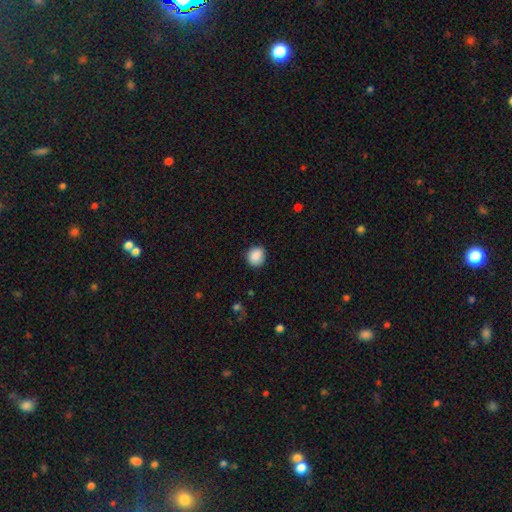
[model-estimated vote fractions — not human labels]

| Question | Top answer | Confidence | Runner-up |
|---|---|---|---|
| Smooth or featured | smooth | 88% | star or artifact (8%) |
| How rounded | round | 82% | in between (17%) |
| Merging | none | 84% | minor disturbance (13%) |